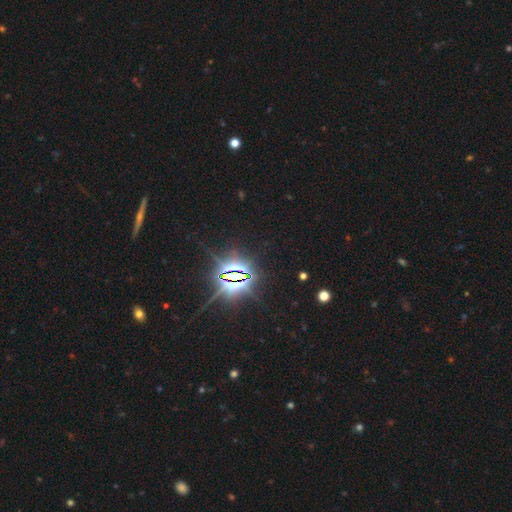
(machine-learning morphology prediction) The model was most divided on "smooth or featured": star or artifact: 86%, smooth: 7%, featured or disk: 7%.